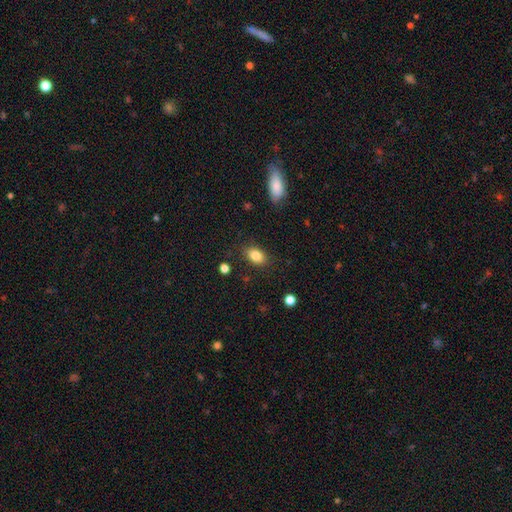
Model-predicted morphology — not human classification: Smooth or featured: smooth — 84% (star or artifact — 9%)
How rounded: in between — 84% (round — 14%)
Merging: none — 83% (minor disturbance — 12%)